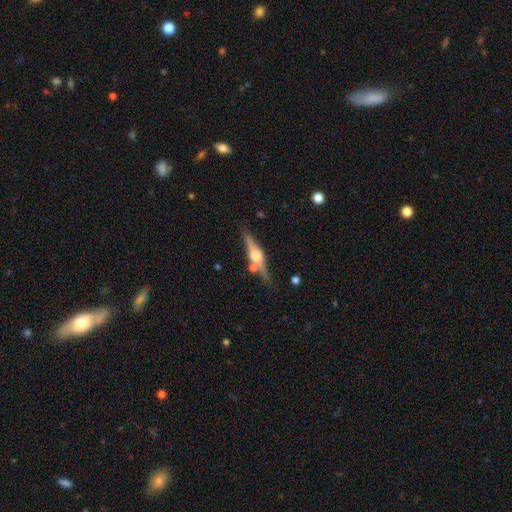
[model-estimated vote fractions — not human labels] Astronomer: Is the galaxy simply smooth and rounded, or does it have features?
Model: featured or disk — 78%.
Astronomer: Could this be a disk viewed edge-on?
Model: yes — 97%.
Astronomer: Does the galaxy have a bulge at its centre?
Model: rounded — 92%.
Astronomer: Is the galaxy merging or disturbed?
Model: none — 79%.